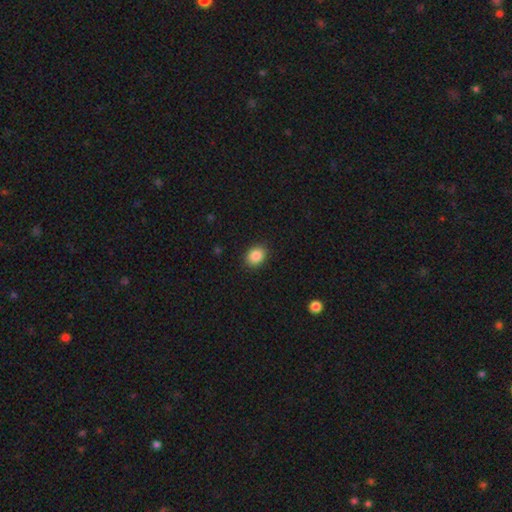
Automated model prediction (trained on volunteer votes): The model was most divided on "how rounded": in between: 55%, round: 44%, cigar-shaped: 1%. More confident: merging — none (89%); smooth or featured — smooth (88%).